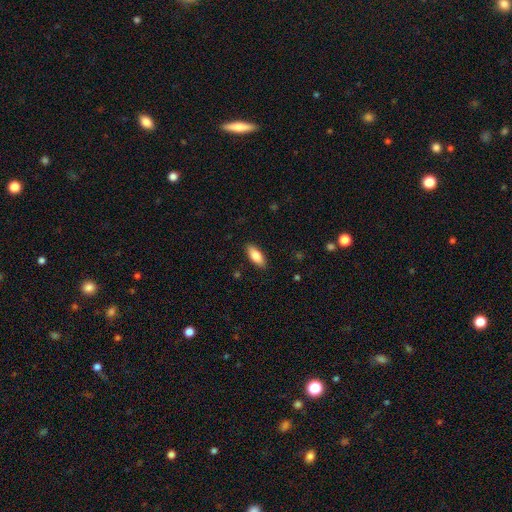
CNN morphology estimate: type=smooth (83%); roundness=in between (81%); merging=none (88%).